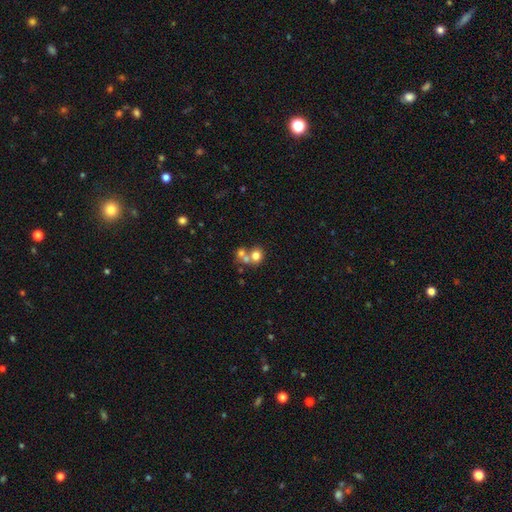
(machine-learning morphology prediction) Smooth or featured? Predicted: smooth (p=0.69). How rounded? Predicted: round (p=0.74). Merging? Predicted: merger (p=0.50).